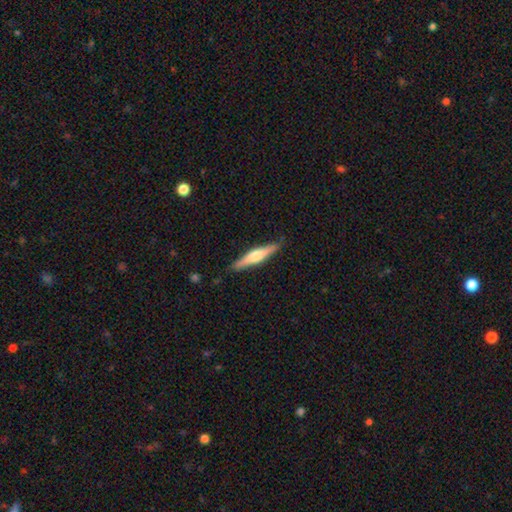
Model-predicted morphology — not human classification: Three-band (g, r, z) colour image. It shows a featured or disk galaxy (53%) viewed edge-on (97%) with a rounded central bulge (76%). Merging: none (88%).